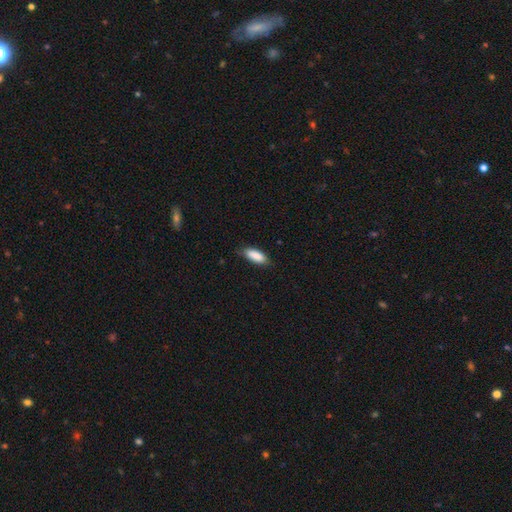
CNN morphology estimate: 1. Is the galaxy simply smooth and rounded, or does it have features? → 88% smooth, 6% star or artifact, 6% featured or disk.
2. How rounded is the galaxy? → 76% in between, 22% cigar-shaped, 2% round.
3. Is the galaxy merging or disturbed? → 76% none, 20% minor disturbance, 3% major disturbance, 1% merger.